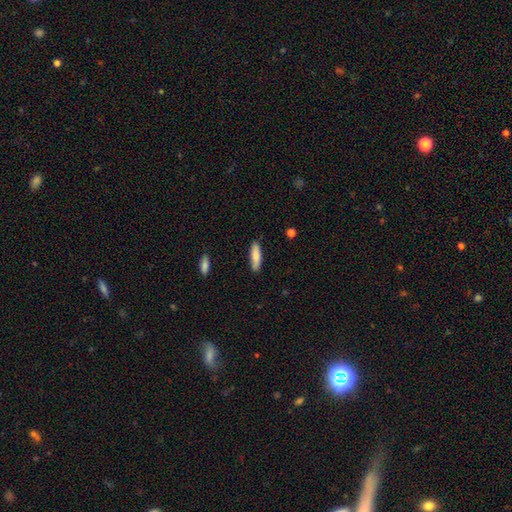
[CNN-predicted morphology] This is clearly a smooth galaxy (83%). How rounded: likely cigar-shaped (67%). Merging: clearly none (86%).